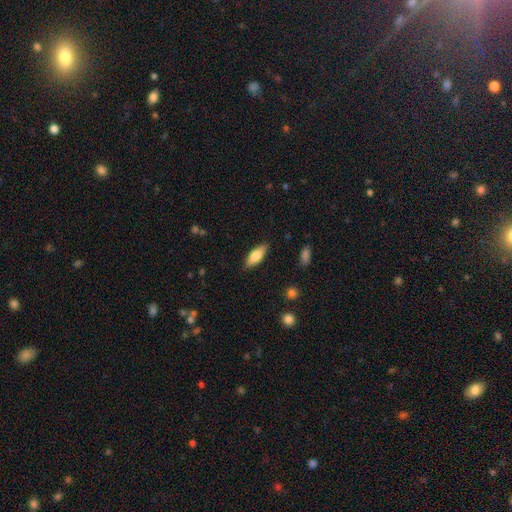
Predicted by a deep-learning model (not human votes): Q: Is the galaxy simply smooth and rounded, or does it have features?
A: smooth — 76%.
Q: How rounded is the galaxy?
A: in between — 72%.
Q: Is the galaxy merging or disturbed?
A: none — 86%.